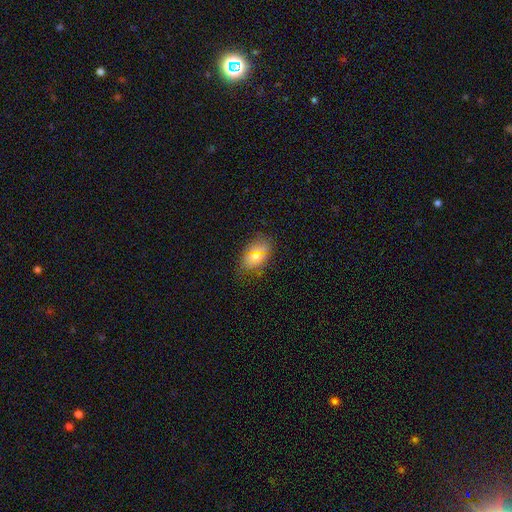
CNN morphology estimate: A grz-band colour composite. It shows a smooth galaxy with no disk features (68%) that is in between round and cigar-shaped (85%). Merging: none (80%).